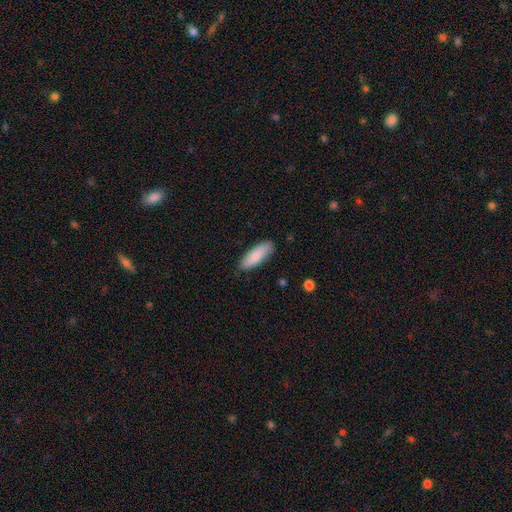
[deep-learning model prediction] This appears to be a smooth galaxy with no disk features (85%) that is in between round and cigar-shaped (62%). Merging: none (85%).